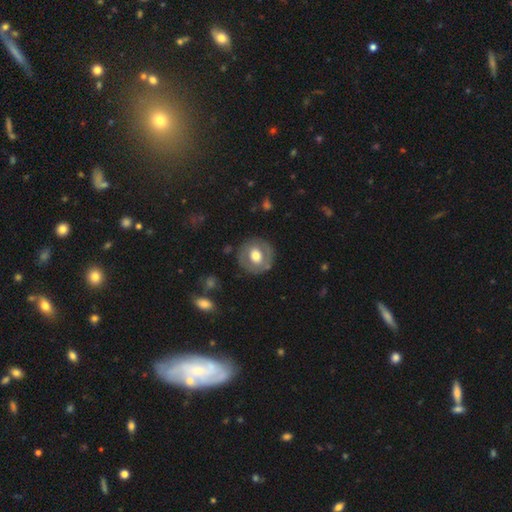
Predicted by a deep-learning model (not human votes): A smooth galaxy with no disk features (51%) that is round (86%).

Vote fractions:
- Smooth or featured? smooth: 51% / featured or disk: 43% / star or artifact: 6%
- How rounded? round: 86% / in between: 13% / cigar-shaped: 1%
- Merging? none: 84% / minor disturbance: 10% / major disturbance: 4% / merger: 1%